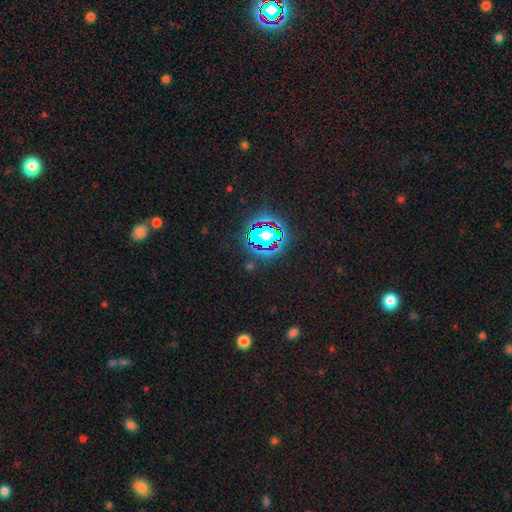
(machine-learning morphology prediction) Q: Smooth or featured?
A: star or artifact (80%); runner-up: smooth (12%)